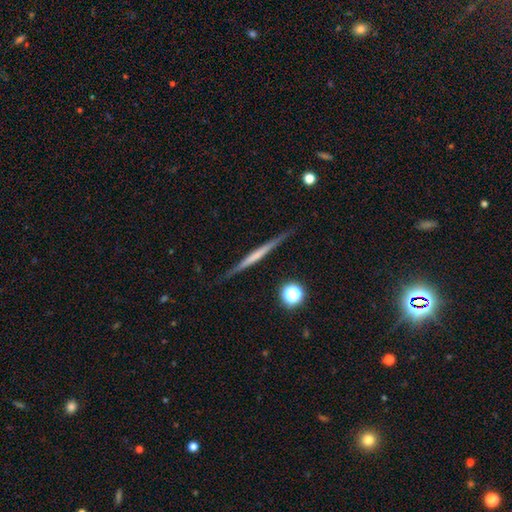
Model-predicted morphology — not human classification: The model was most divided on "smooth or featured": featured or disk: 62%, smooth: 31%, star or artifact: 7%. More confident: edge-on disk — yes (97%); merging — none (88%); edge-on bulge — none (76%).